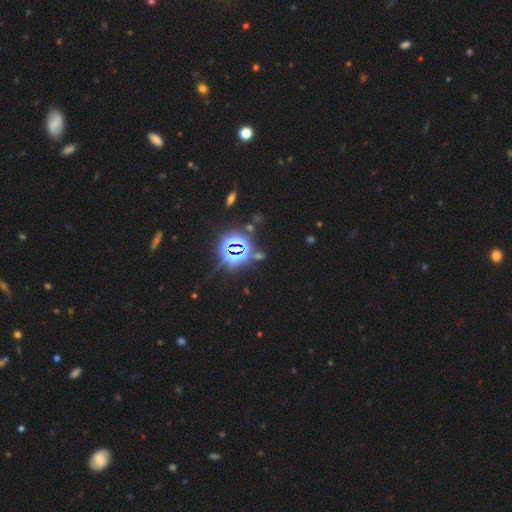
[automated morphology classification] Overall: star or artifact (79%).